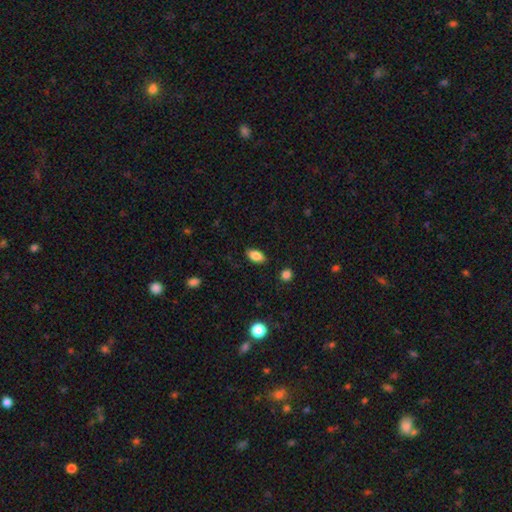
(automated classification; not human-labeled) smooth 85%, star or artifact 8%, featured or disk 7%. Down the decision tree: how rounded — in between (90%); merging — none (86%).